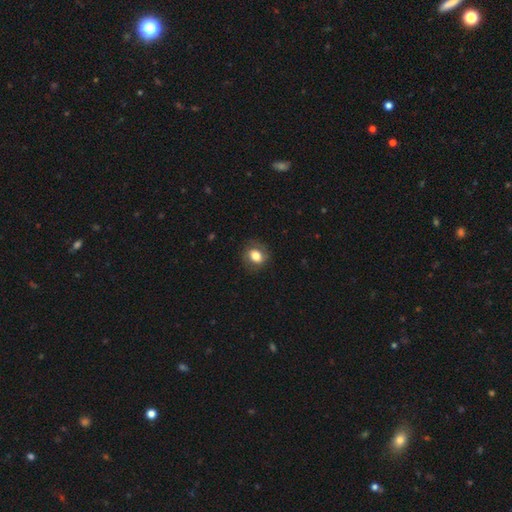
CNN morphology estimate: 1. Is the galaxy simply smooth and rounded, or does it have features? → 74% smooth, 18% featured or disk, 9% star or artifact.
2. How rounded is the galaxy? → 56% round, 43% in between, 1% cigar-shaped.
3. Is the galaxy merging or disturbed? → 81% none, 13% minor disturbance, 5% major disturbance, 1% merger.